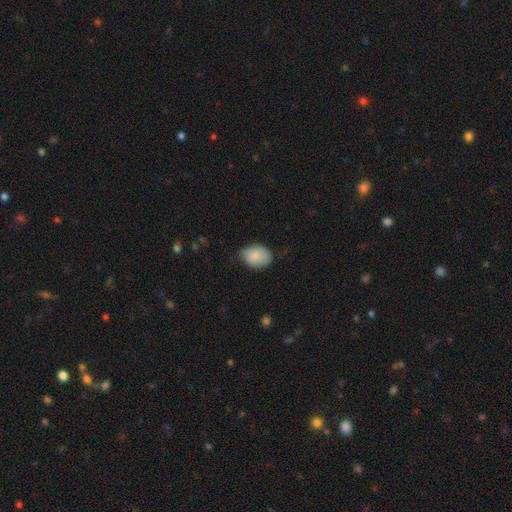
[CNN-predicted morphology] smooth 84%, featured or disk 8%, star or artifact 7%. Down the decision tree: how rounded — in between (73%); merging — none (52%).